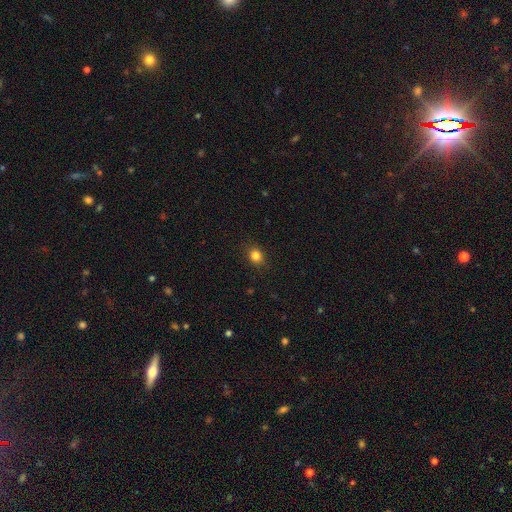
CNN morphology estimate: smooth_or_featured: smooth (p=0.84) [alt: star or artifact p=0.11]
how_rounded: round (p=0.62) [alt: in between p=0.37]
merging: none (p=0.89) [alt: minor disturbance p=0.08]